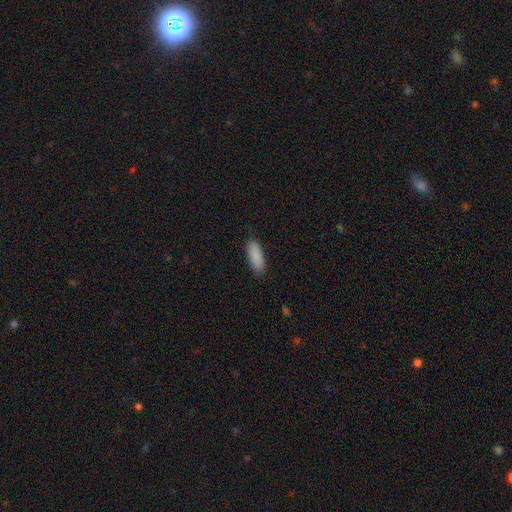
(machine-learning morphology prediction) smooth 89%, star or artifact 6%, featured or disk 5%. Down the decision tree: how rounded — in between (70%); merging — none (87%).